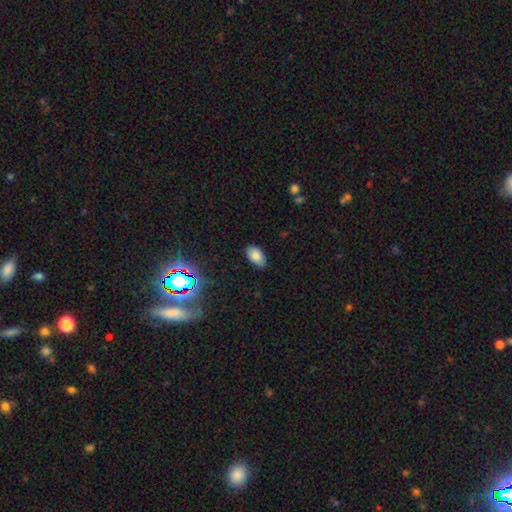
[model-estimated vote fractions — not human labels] Smooth or featured: smooth — 80% (star or artifact — 13%)
How rounded: in between — 93% (round — 6%)
Merging: none — 82% (minor disturbance — 14%)